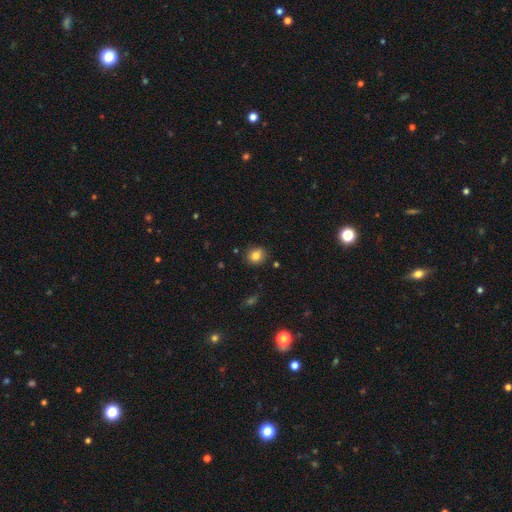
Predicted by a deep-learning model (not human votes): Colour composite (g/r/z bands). It shows a smooth galaxy with no disk features (83%) that is round (73%). Merging: none (85%).